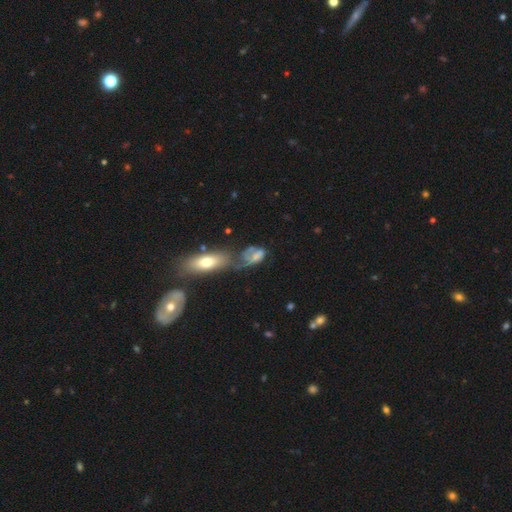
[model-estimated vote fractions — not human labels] Q: Smooth or featured?
A: smooth (46%); runner-up: featured or disk (45%)
Q: Merging?
A: merger (34%); runner-up: major disturbance (26%)